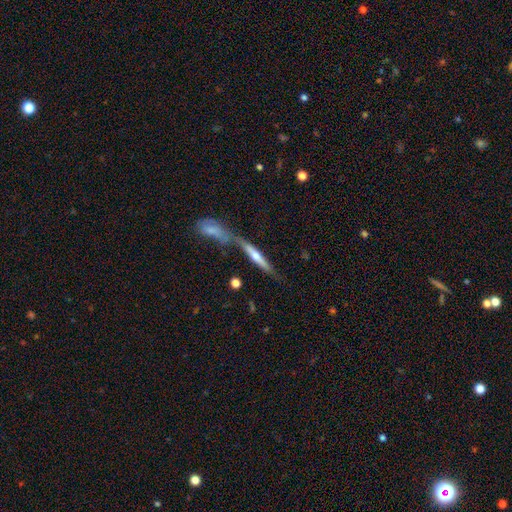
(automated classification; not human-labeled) Smooth or featured? Predicted: featured or disk (p=0.56). Edge-on disk? Predicted: yes (p=0.89). Edge-on bulge? Predicted: rounded (p=0.74). Merging? Predicted: none (p=0.44).